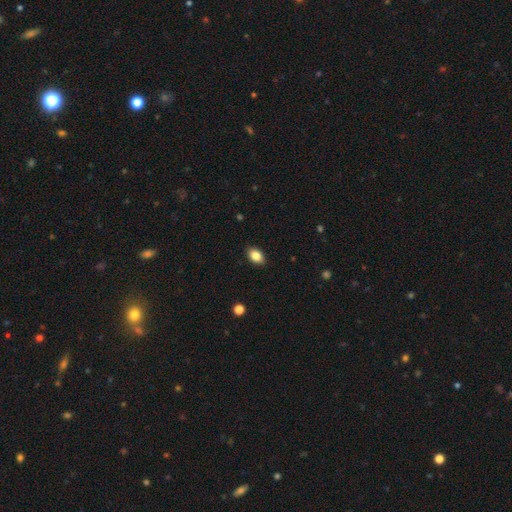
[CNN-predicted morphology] A smooth galaxy with no disk features (85%) that is in between round and cigar-shaped (85%). Merging: none (89%).